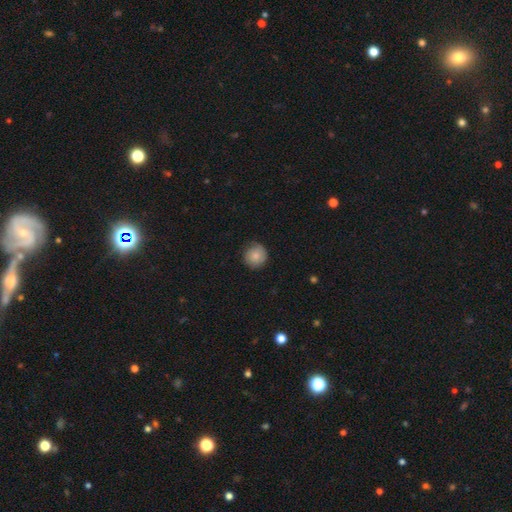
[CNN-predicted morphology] Overall: smooth (79%). How rounded: round (93%). Merging: none (77%).